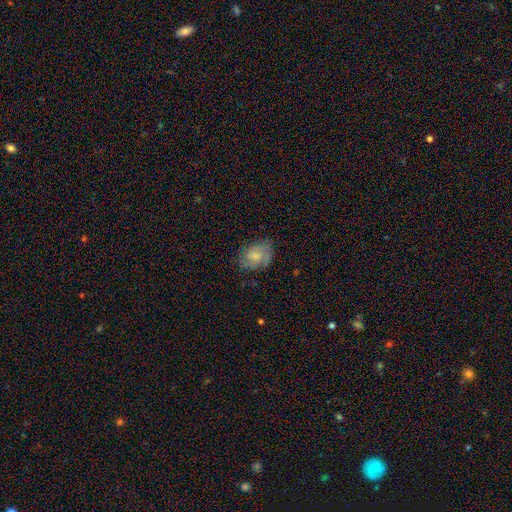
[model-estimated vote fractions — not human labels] A smooth galaxy with no disk features (59%) that is in between round and cigar-shaped (71%). Merging: none (67%).